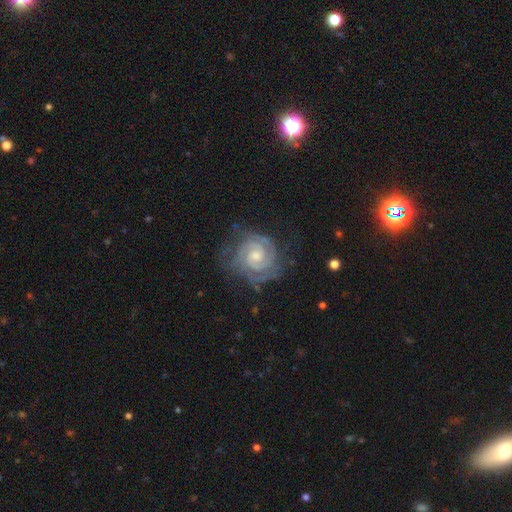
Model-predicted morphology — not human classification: This is clearly a featured or disk galaxy (89%). It is clearly not viewed edge-on (98%). Bar: possibly no (58%). Spiral arm pattern: clearly yes (98%). Spiral arm count: possibly 2 (54%). Spiral winding: likely tight (78%). Central bulge: possibly small (50%). Merging: likely none (74%).